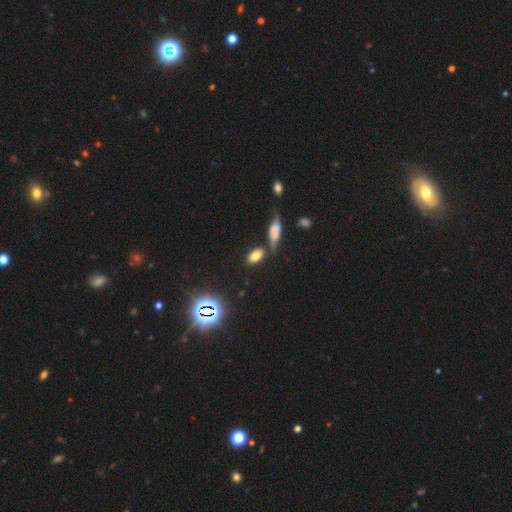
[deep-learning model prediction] Smooth or featured? Predicted: smooth (p=0.72). How rounded? Predicted: in between (p=0.90). Merging? Predicted: none (p=0.68).